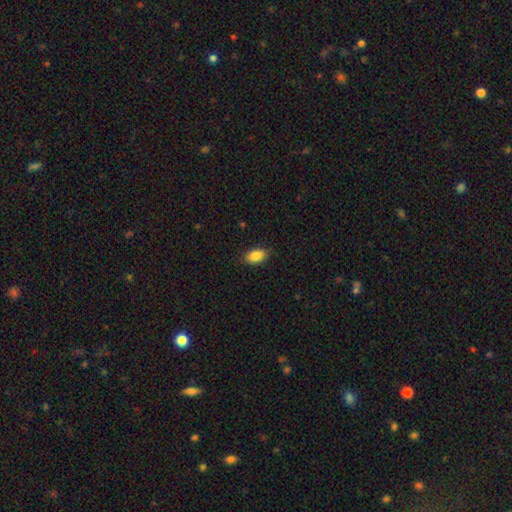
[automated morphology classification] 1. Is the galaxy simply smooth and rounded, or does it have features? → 88% smooth, 7% star or artifact, 5% featured or disk.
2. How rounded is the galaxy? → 91% in between, 6% round, 3% cigar-shaped.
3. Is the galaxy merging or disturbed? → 86% none, 11% minor disturbance, 2% major disturbance, 1% merger.